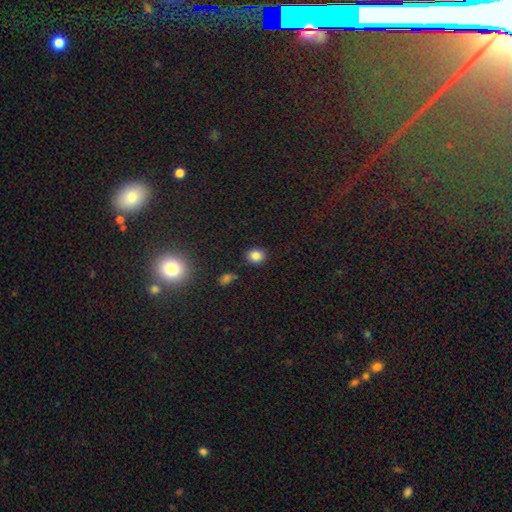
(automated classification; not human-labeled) Q: Smooth or featured?
A: smooth (83%); runner-up: star or artifact (12%)
Q: How rounded?
A: round (70%); runner-up: in between (29%)
Q: Merging?
A: none (85%); runner-up: minor disturbance (10%)